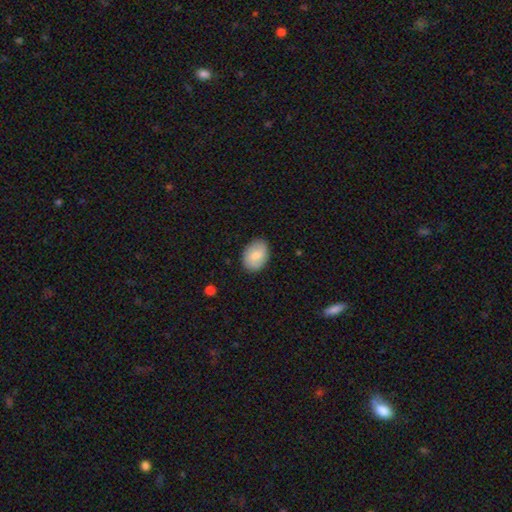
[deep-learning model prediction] smooth_or_featured: smooth (p=0.72) [alt: featured or disk p=0.21]
how_rounded: in between (p=0.77) [alt: round p=0.22]
merging: none (p=0.85) [alt: minor disturbance p=0.11]